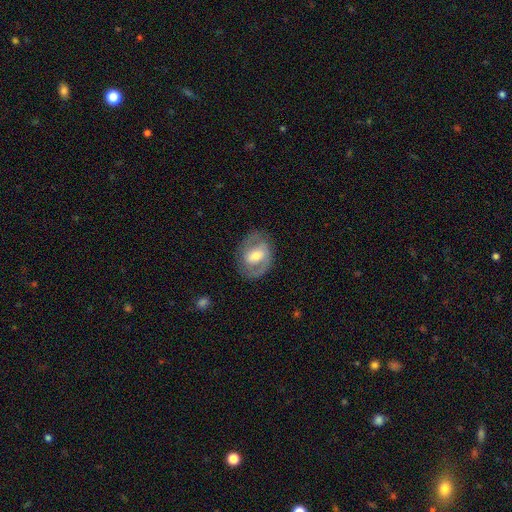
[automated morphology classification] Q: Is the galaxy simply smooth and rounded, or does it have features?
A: featured or disk — 70%.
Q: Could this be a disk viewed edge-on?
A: no — 96%.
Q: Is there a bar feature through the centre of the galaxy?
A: weak — 44%.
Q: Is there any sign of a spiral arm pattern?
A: yes — 77%.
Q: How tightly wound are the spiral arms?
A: medium — 48%.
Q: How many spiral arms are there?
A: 2 — 83%.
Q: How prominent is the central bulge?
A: moderate — 64%.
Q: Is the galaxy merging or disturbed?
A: none — 79%.